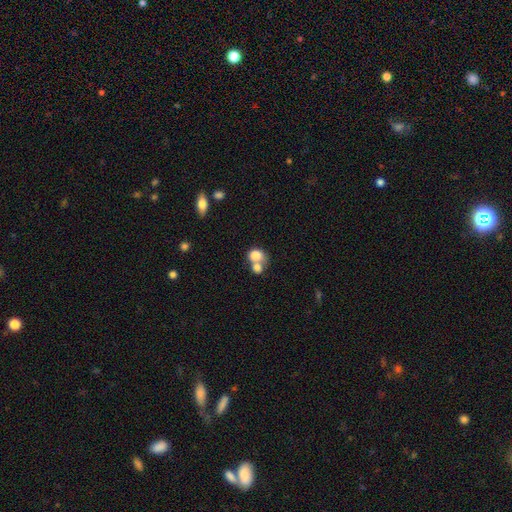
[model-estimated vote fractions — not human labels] smooth-or-featured: smooth: 78% | featured or disk: 13% | star or artifact: 9%
  how-rounded: round: 55% | in between: 44% | cigar-shaped: 1%
  merging: merger: 61% | none: 27% | minor disturbance: 7% | major disturbance: 5%